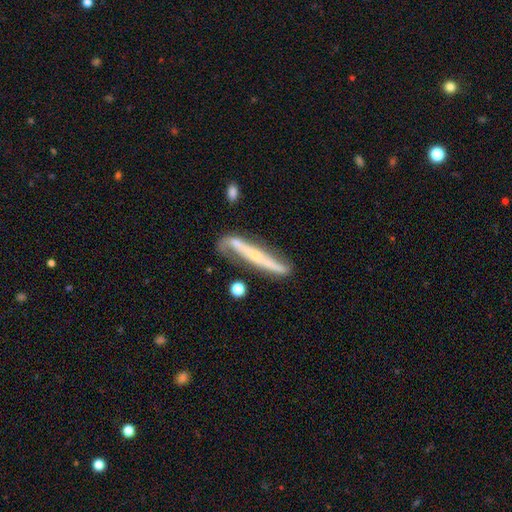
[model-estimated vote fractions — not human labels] Smooth or featured? featured or disk (78%)
Edge-on disk? yes (64%)
Merging? none (62%)